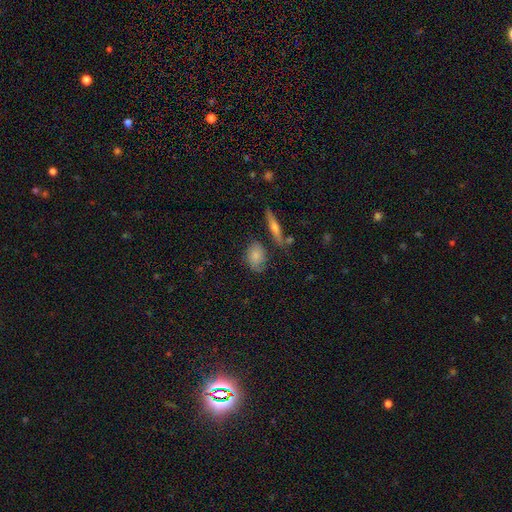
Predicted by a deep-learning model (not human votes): Smooth or featured? Predicted: smooth (p=0.73). How rounded? Predicted: in between (p=0.70). Merging? Predicted: none (p=0.69).